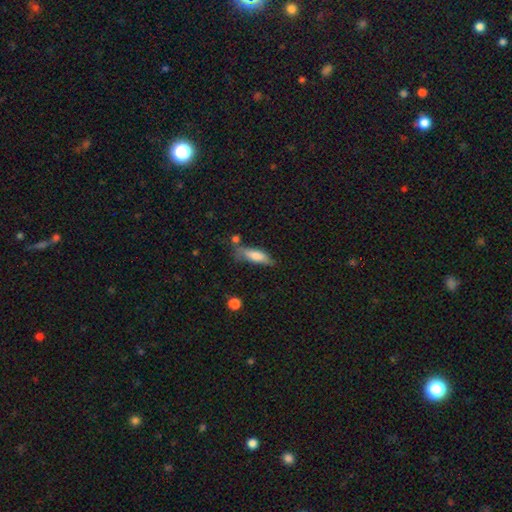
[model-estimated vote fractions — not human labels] This appears to be a smooth galaxy with no disk features (72%) that is in between round and cigar-shaped (50%). Merging: none (57%).